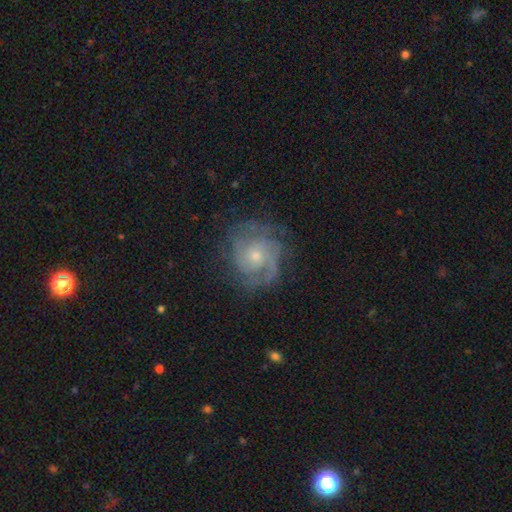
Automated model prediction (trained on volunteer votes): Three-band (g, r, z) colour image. It shows a featured or disk galaxy (80%) with no bar (74%), 2 (31%) tight (52%) spiral arms (92%) and a small central bulge (54%). Merging: none (69%).